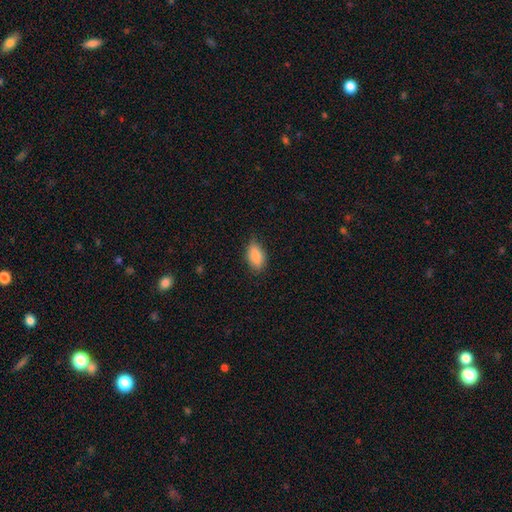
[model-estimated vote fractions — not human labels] Smooth or featured: smooth — 85% (featured or disk — 7%)
How rounded: in between — 89% (cigar-shaped — 6%)
Merging: none — 75% (minor disturbance — 21%)